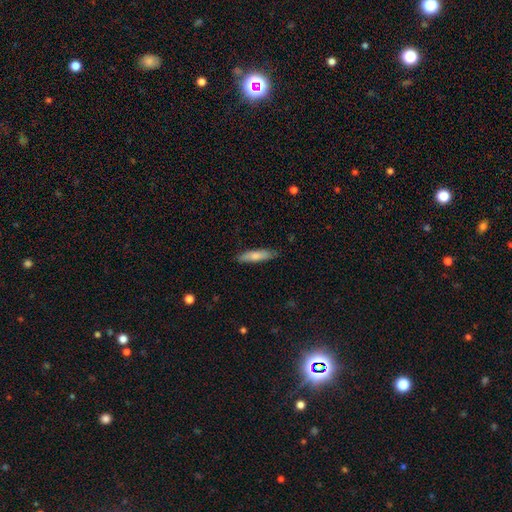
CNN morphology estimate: This is likely a smooth galaxy (77%). How rounded: likely cigar-shaped (76%). Merging: clearly none (83%).